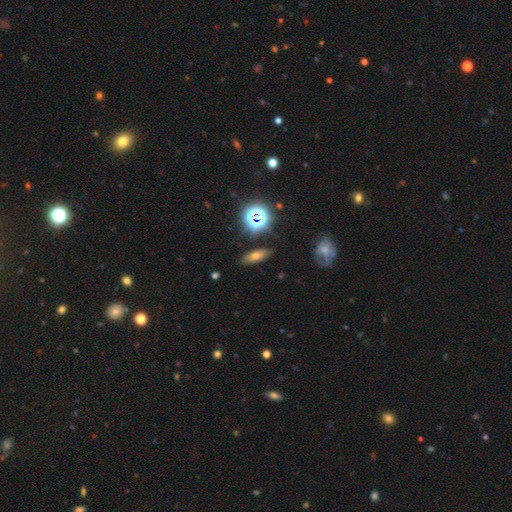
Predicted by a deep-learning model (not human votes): Smooth or featured?
  - smooth: 49% *
  - star or artifact: 26%
  - featured or disk: 25%
Merging?
  - none: 85% *
  - minor disturbance: 10%
  - major disturbance: 3%
  - merger: 2%